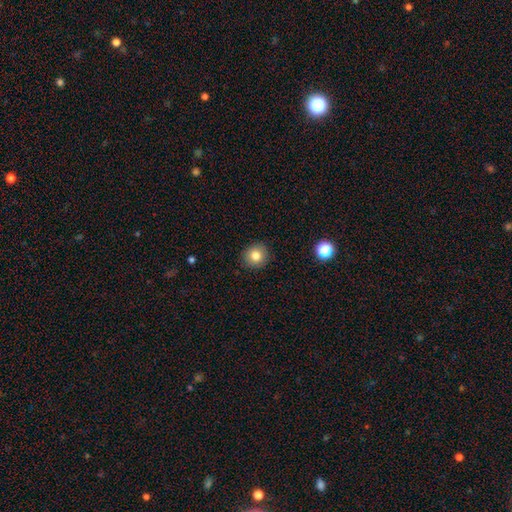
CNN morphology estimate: Overall: smooth (81%). How rounded: round (89%). Merging: none (91%).